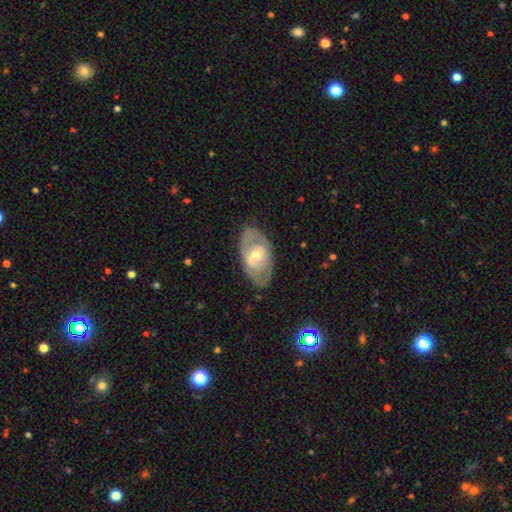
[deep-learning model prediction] Smooth or featured? featured or disk (69%)
Edge-on disk? no (91%)
Bar? no (68%)
Spiral arms? no (52%)
Bulge size? moderate (63%)
Merging? none (75%)